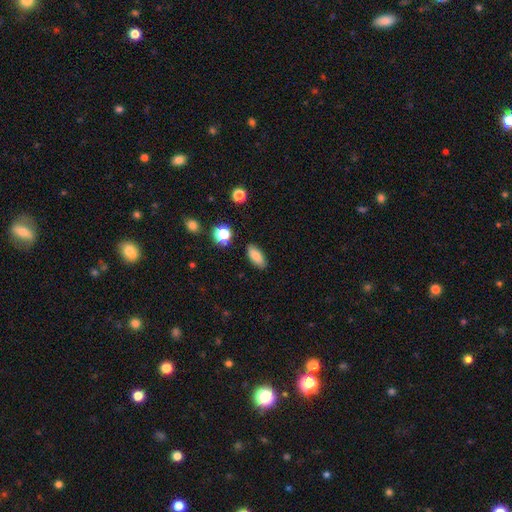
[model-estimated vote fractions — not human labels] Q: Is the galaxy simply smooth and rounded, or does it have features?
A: smooth — 82%.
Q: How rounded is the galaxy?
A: in between — 84%.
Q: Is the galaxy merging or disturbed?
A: none — 87%.